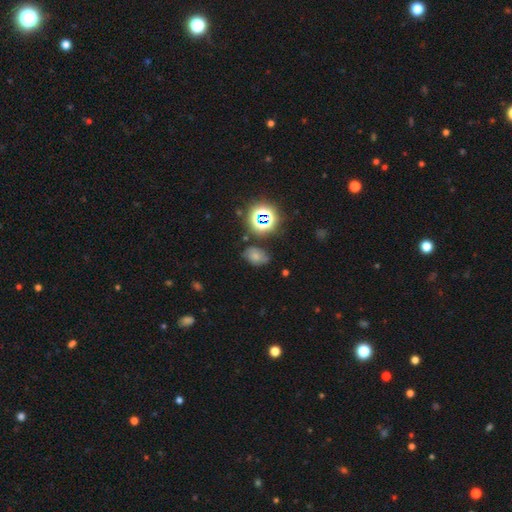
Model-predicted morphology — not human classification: Q: Smooth or featured?
A: smooth (57%); runner-up: star or artifact (26%)
Q: How rounded?
A: in between (76%); runner-up: round (22%)
Q: Merging?
A: none (67%); runner-up: minor disturbance (23%)